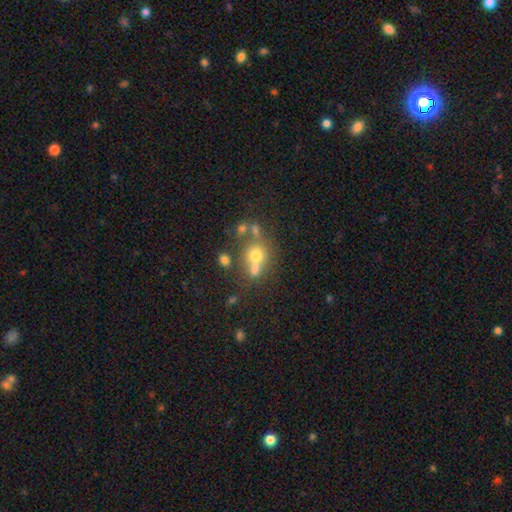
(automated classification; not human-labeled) This appears to be a smooth galaxy with no disk features (64%) that is round (73%). Merging: none (42%).